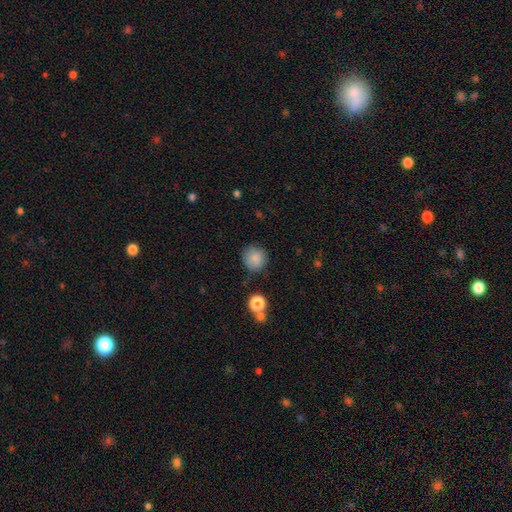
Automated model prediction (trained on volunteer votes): Smooth or featured? smooth (85%)
How rounded? round (91%)
Merging? none (80%)